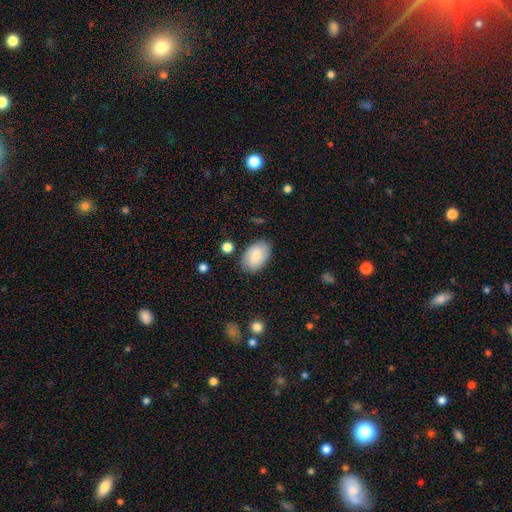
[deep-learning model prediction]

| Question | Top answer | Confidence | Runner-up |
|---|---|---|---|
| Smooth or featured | smooth | 84% | featured or disk (10%) |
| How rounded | in between | 92% | round (7%) |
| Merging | none | 83% | minor disturbance (12%) |